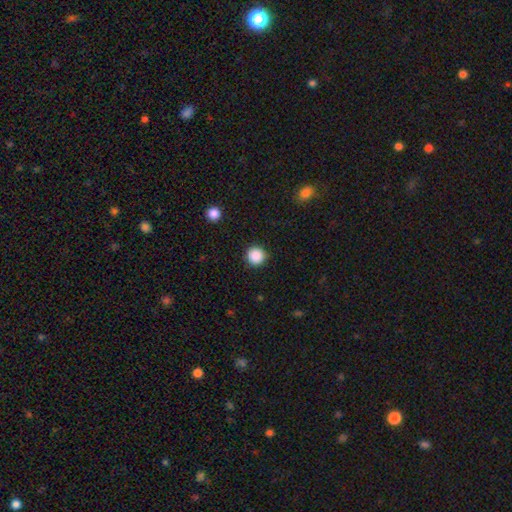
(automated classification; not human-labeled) smooth 88%, star or artifact 9%, featured or disk 3%. Down the decision tree: how rounded — round (95%); merging — none (91%).